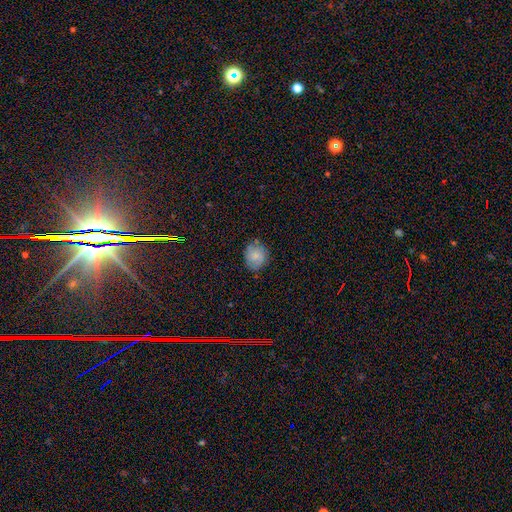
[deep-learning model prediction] Overall: smooth (71%). How rounded: round (73%). Merging: none (75%).